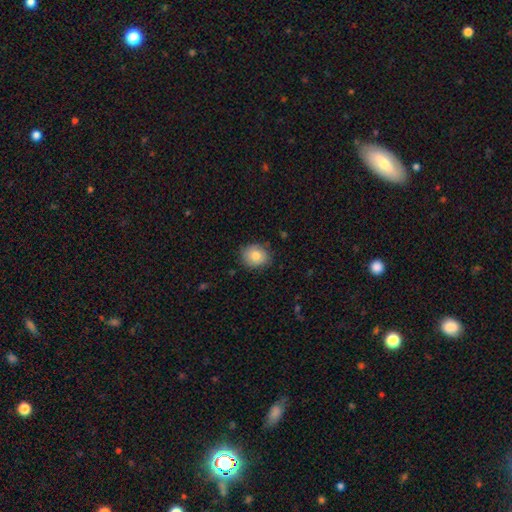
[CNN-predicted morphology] Smooth or featured?
  - smooth: 80% *
  - featured or disk: 11%
  - star or artifact: 8%
How rounded?
  - round: 67% *
  - in between: 32%
  - cigar-shaped: 1%
Merging?
  - none: 82% *
  - minor disturbance: 14%
  - major disturbance: 3%
  - merger: 1%